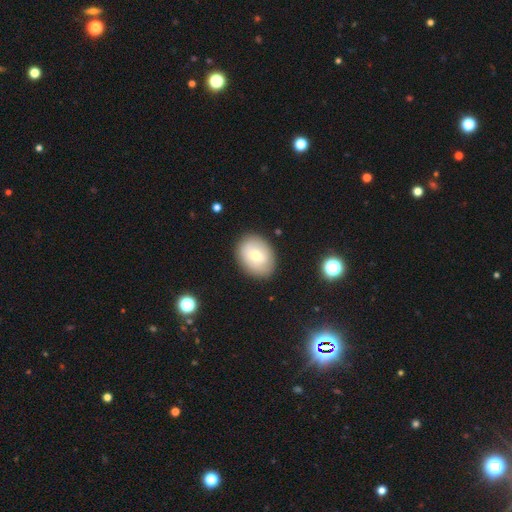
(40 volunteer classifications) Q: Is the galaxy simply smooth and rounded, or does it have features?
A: smooth — 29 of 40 (72%).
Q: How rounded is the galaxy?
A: round — 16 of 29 (55%).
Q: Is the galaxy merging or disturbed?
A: none — 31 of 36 (86%).